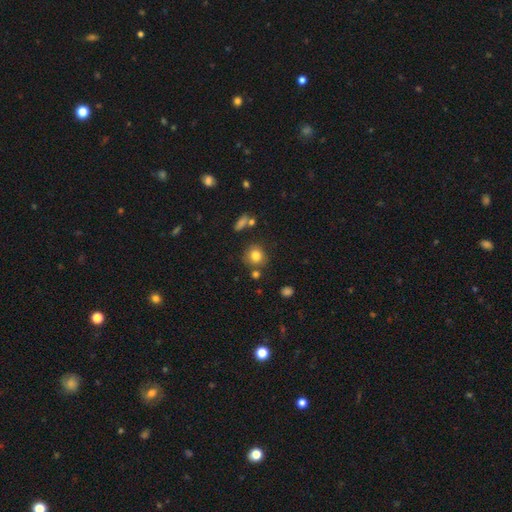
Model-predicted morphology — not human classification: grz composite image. It shows a smooth galaxy with no disk features (80%) that is round (86%). Merging: none (76%).